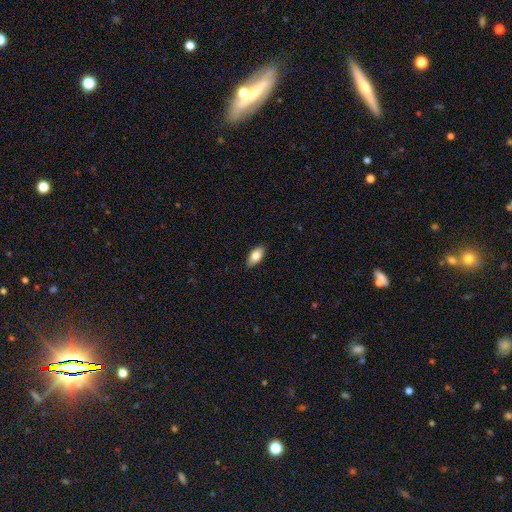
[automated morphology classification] Smooth or featured: smooth — 82% (featured or disk — 11%)
How rounded: in between — 92% (cigar-shaped — 5%)
Merging: none — 88% (minor disturbance — 9%)